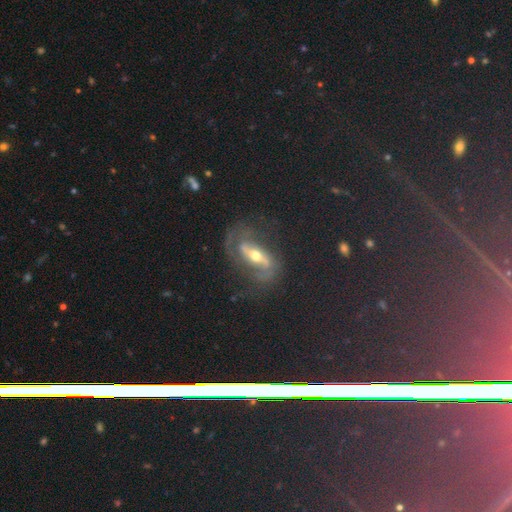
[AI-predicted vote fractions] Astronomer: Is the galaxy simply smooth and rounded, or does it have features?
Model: featured or disk — 66%.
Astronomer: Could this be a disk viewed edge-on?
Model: no — 83%.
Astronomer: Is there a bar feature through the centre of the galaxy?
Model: strong — 38% (runner-up: no, 31%).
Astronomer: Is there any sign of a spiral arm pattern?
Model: yes — 77%.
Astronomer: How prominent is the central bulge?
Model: moderate — 68%.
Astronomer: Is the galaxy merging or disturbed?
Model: none — 60%.